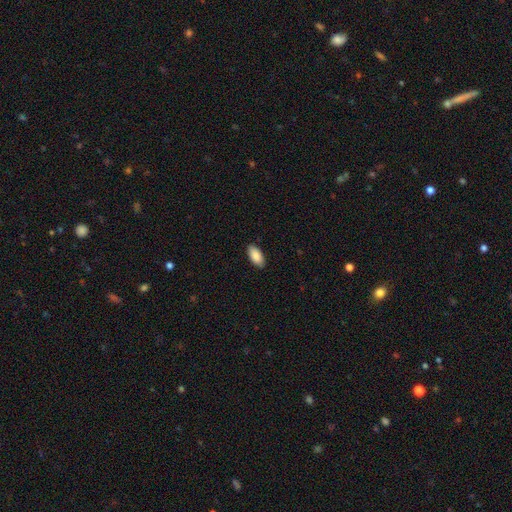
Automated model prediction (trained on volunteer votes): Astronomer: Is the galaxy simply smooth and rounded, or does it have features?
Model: smooth — 89%.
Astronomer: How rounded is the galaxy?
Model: in between — 93%.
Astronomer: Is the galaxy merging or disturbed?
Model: none — 89%.